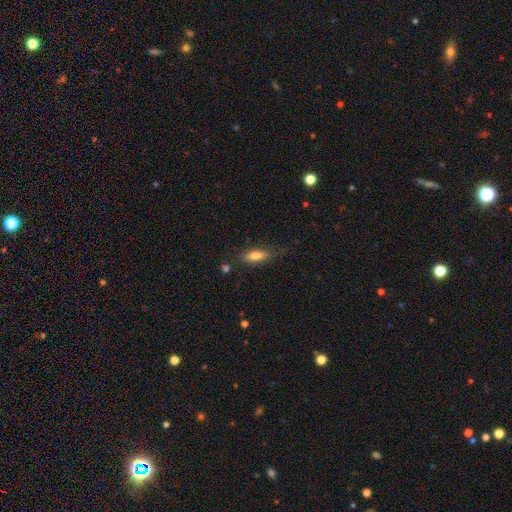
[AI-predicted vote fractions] smooth_or_featured: smooth (p=0.76) [alt: featured or disk p=0.17]
how_rounded: in between (p=0.54) [alt: cigar-shaped p=0.44]
merging: none (p=0.73) [alt: minor disturbance p=0.18]